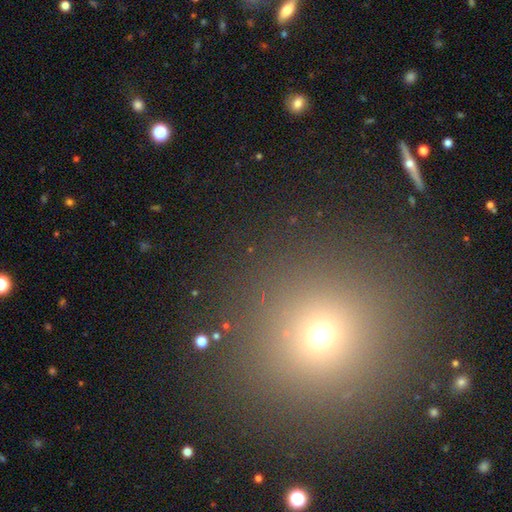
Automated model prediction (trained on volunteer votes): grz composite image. It shows a smooth galaxy with no disk features (51%) that is round (92%). Merging: none (89%).